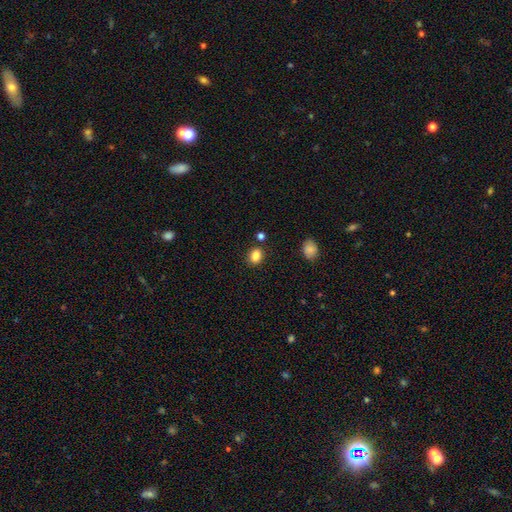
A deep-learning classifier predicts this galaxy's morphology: A smooth galaxy with no disk features (85%) that is in between round and cigar-shaped (58%).

Vote fractions:
- Smooth or featured? smooth: 85% / star or artifact: 10% / featured or disk: 5%
- How rounded? in between: 58% / round: 41% / cigar-shaped: 1%
- Merging? none: 82% / minor disturbance: 10% / merger: 5% / major disturbance: 3%